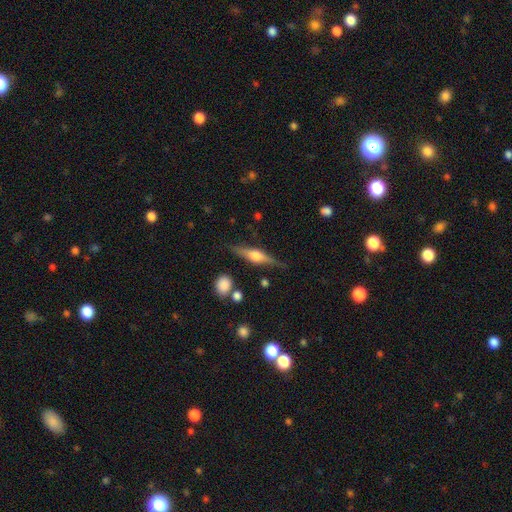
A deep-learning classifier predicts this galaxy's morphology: Smooth or featured?
  - featured or disk: 74% *
  - smooth: 20%
  - star or artifact: 6%
Edge-on disk?
  - yes: 97% *
  - no: 3%
Edge-on bulge?
  - rounded: 91% *
  - boxy: 7%
  - none: 2%
Merging?
  - none: 84% *
  - minor disturbance: 11%
  - major disturbance: 3%
  - merger: 3%